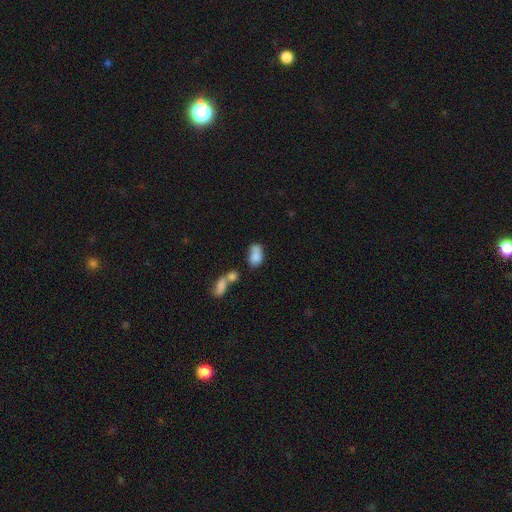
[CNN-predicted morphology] A smooth galaxy with no disk features (76%) that is in between round and cigar-shaped (82%).

Vote fractions:
- Smooth or featured? smooth: 76% / featured or disk: 14% / star or artifact: 10%
- How rounded? in between: 82% / round: 15% / cigar-shaped: 3%
- Merging? merger: 44% / none: 29% / minor disturbance: 17% / major disturbance: 10%